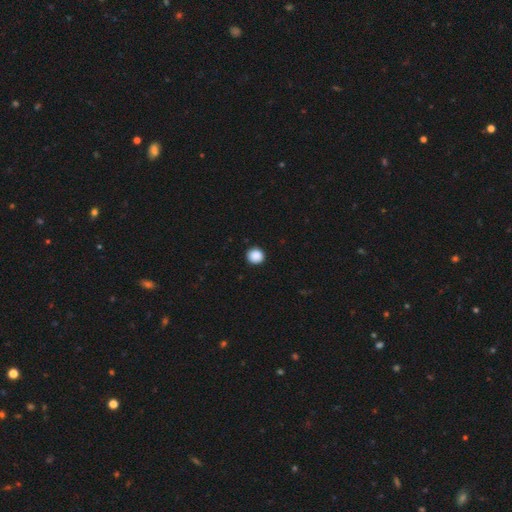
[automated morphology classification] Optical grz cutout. It shows a smooth galaxy with no disk features (89%) that is round (94%). Merging: none (93%).